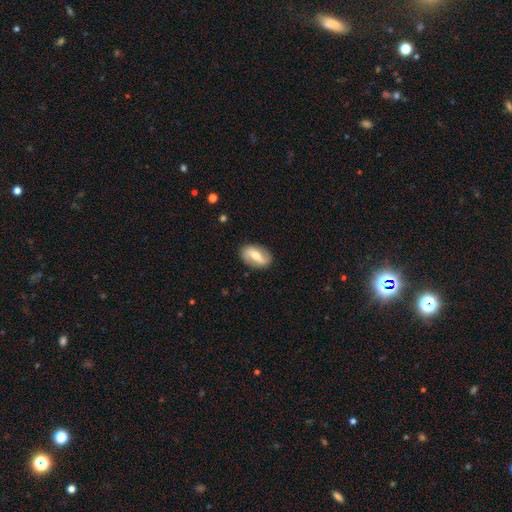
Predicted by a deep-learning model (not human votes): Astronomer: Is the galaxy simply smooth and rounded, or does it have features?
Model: featured or disk — 47% (runner-up: smooth, 46%).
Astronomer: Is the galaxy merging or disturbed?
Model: none — 84%.